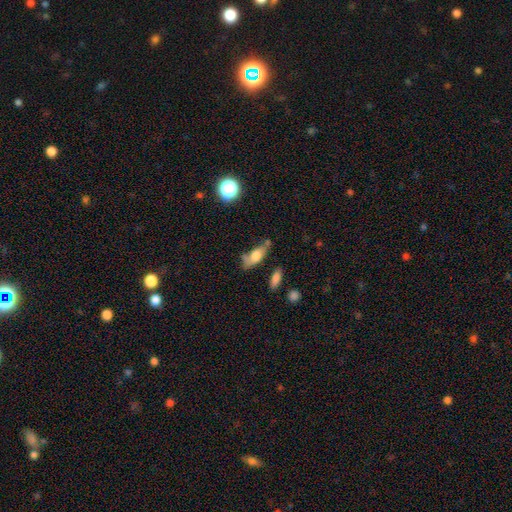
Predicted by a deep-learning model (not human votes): Smooth or featured: smooth — 63% (featured or disk — 28%)
How rounded: in between — 75% (cigar-shaped — 21%)
Merging: none — 50% (minor disturbance — 28%)